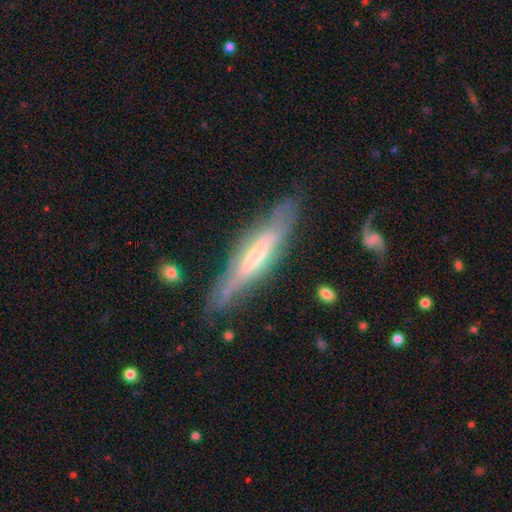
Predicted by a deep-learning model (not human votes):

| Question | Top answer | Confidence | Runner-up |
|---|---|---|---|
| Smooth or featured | featured or disk | 65% | smooth (29%) |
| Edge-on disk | yes | 70% | no (30%) |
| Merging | none | 72% | minor disturbance (19%) |